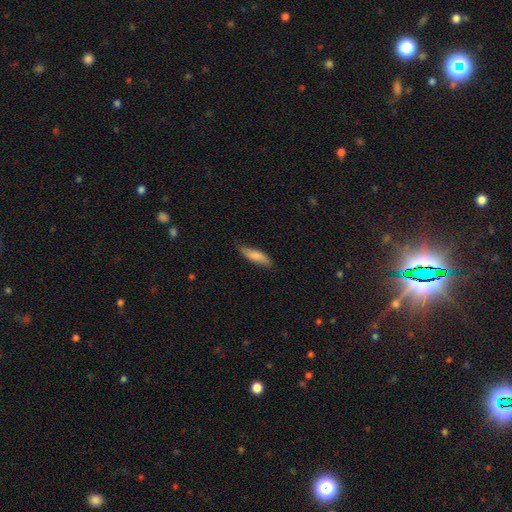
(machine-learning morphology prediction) smooth-or-featured: smooth: 81% | featured or disk: 13% | star or artifact: 6%
  how-rounded: in between: 52% | cigar-shaped: 46% | round: 2%
  merging: none: 69% | minor disturbance: 25% | major disturbance: 4% | merger: 1%